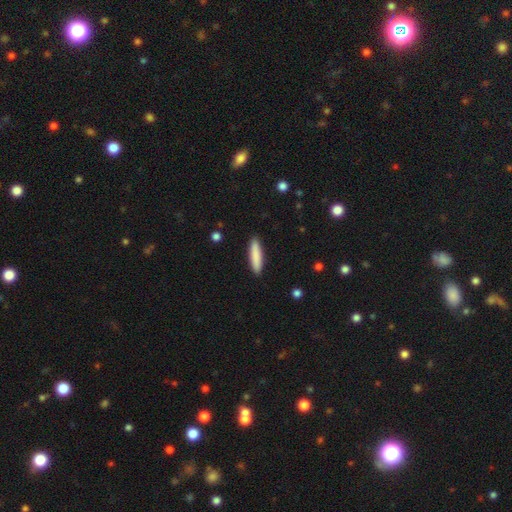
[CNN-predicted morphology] Smooth or featured? smooth (86%)
How rounded? cigar-shaped (83%)
Merging? none (91%)